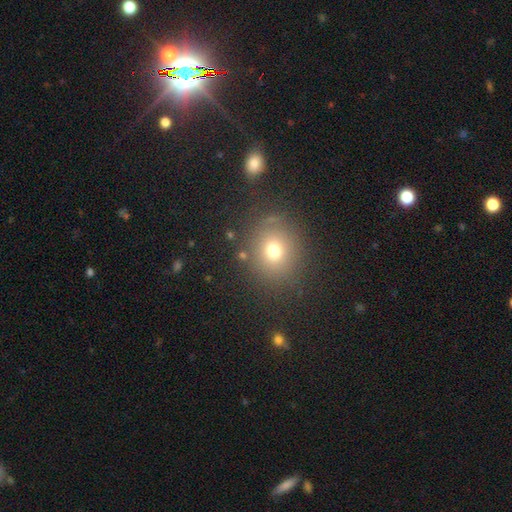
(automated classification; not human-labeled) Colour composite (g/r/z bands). It shows a smooth galaxy with no disk features (53%) that is round (76%). Merging: none (85%).